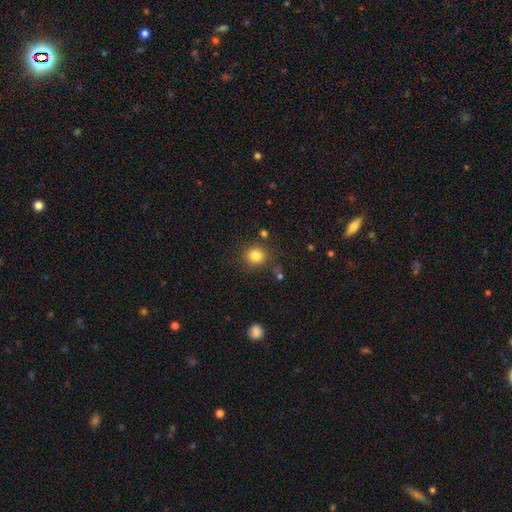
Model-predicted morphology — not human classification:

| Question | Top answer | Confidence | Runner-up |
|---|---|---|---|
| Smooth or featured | smooth | 83% | star or artifact (12%) |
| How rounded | round | 85% | in between (14%) |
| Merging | none | 83% | minor disturbance (10%) |